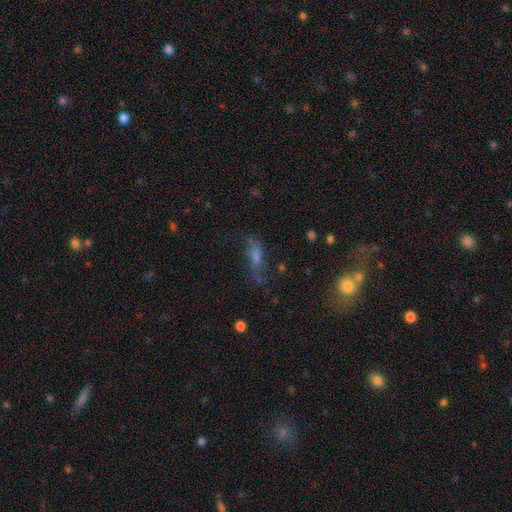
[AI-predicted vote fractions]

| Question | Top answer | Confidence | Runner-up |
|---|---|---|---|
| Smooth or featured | featured or disk | 42% | smooth (39%) |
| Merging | none | 50% | major disturbance (23%) |